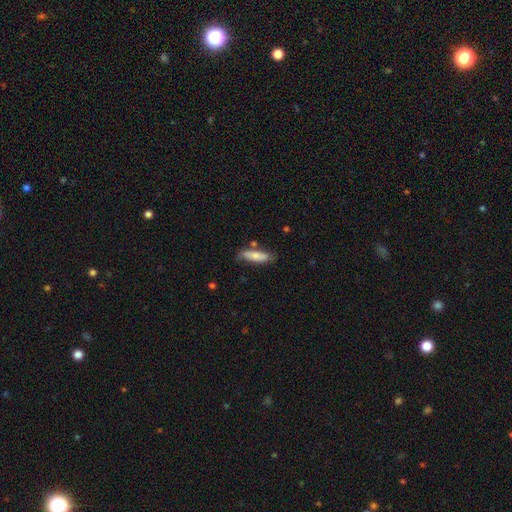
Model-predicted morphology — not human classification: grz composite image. It shows a smooth galaxy with no disk features (74%) that is cigar-shaped (58%). Merging: none (71%).